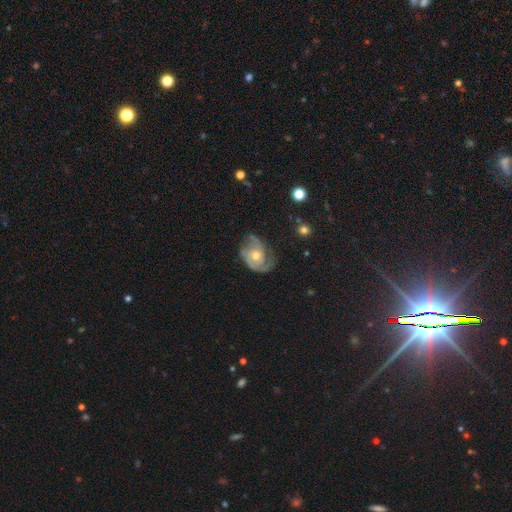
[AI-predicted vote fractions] Smooth or featured? Predicted: featured or disk (p=0.83). Edge-on disk? Predicted: no (p=0.97). Bar? Predicted: no (p=0.75). Spiral arms? Predicted: yes (p=0.94). Spiral winding? Predicted: tight (p=0.46). Spiral arm count? Predicted: 2 (p=0.57). Bulge size? Predicted: moderate (p=0.69). Merging? Predicted: none (p=0.62).